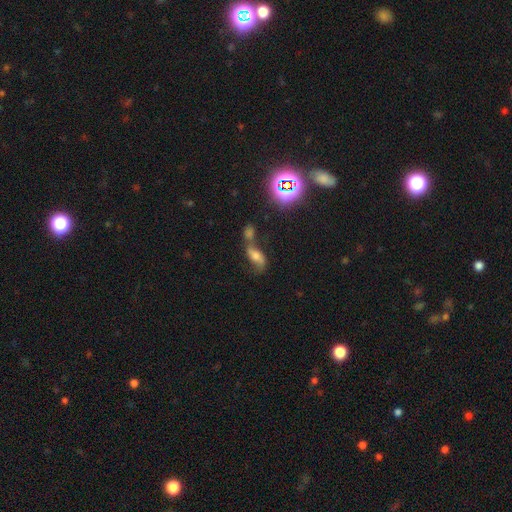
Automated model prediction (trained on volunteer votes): Smooth or featured? smooth (45%)
Merging? merger (46%)